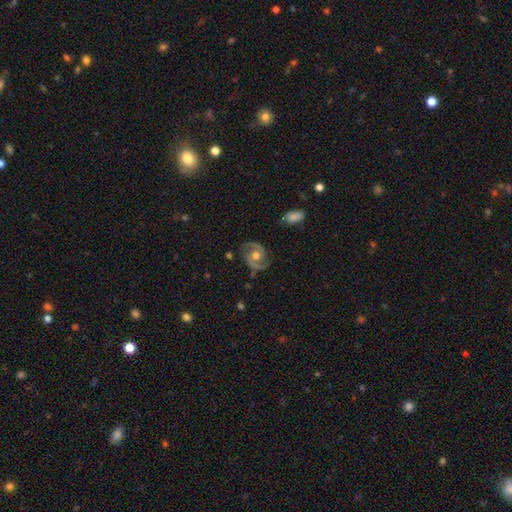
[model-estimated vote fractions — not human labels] A featured or disk galaxy (86%) with no bar (63%), 2 (93%) medium (57%) spiral arms (95%) and a moderate central bulge (75%).

Vote fractions:
- Smooth or featured? featured or disk: 86% / smooth: 9% / star or artifact: 6%
- Edge-on disk? no: 97% / yes: 3%
- Bar? no: 63% / weak: 30% / strong: 8%
- Spiral arms? yes: 95% / no: 5%
- Spiral winding? medium: 57% / tight: 26% / loose: 17%
- Spiral arm count? 2: 93% / can't tell: 3% / 1: 2% / 3: 1% / 4: 1% / more than 4: 1%
- Bulge size? moderate: 75% / large: 12% / small: 10% / none: 1% / dominant: 1%
- Merging? none: 80% / minor disturbance: 14% / major disturbance: 5% / merger: 2%